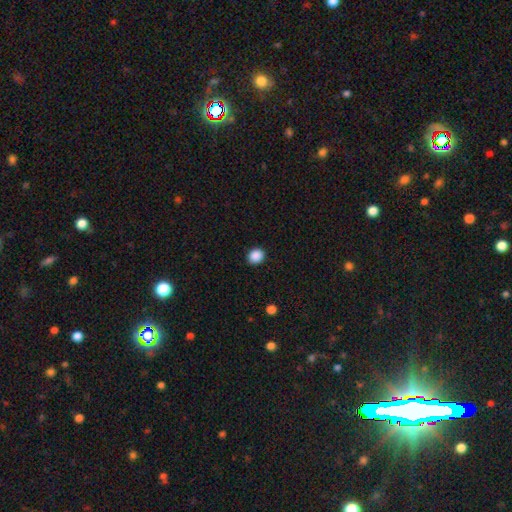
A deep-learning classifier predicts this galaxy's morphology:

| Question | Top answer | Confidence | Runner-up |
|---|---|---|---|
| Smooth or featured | smooth | 89% | star or artifact (9%) |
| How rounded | round | 74% | in between (26%) |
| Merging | none | 90% | minor disturbance (7%) |